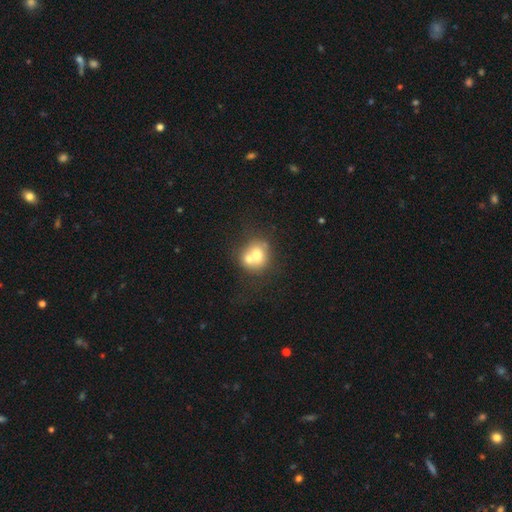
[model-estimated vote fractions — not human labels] A smooth galaxy with no disk features (64%) that is round (78%). Merging: merger (55%).